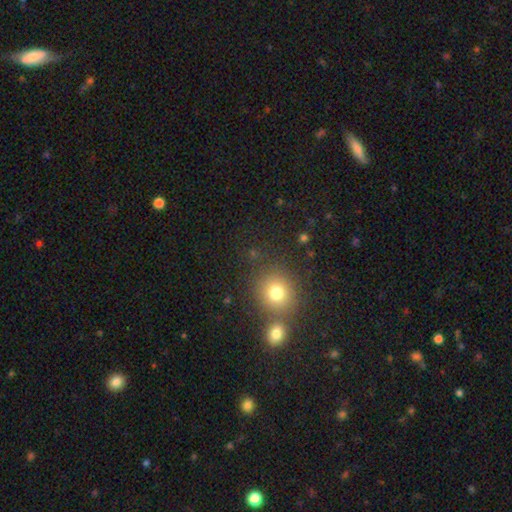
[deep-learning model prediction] smooth_or_featured: smooth (p=0.67) [alt: star or artifact p=0.24]
how_rounded: round (p=0.87) [alt: in between p=0.12]
merging: none (p=0.74) [alt: merger p=0.15]